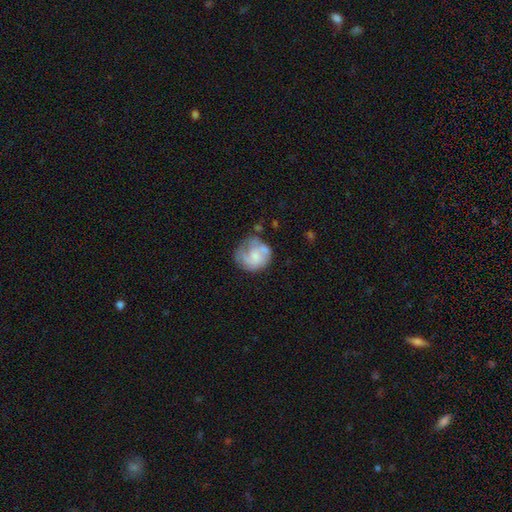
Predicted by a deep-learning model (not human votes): Smooth or featured?
  - featured or disk: 52% *
  - smooth: 41%
  - star or artifact: 7%
Edge-on disk?
  - no: 98% *
  - yes: 2%
Bar?
  - no: 73% *
  - weak: 23%
  - strong: 4%
Spiral arms?
  - yes: 60% *
  - no: 40%
Bulge size?
  - small: 37% *
  - moderate: 31%
  - none: 24%
  - large: 6%
  - dominant: 2%
Merging?
  - none: 51% *
  - minor disturbance: 25%
  - major disturbance: 17%
  - merger: 7%